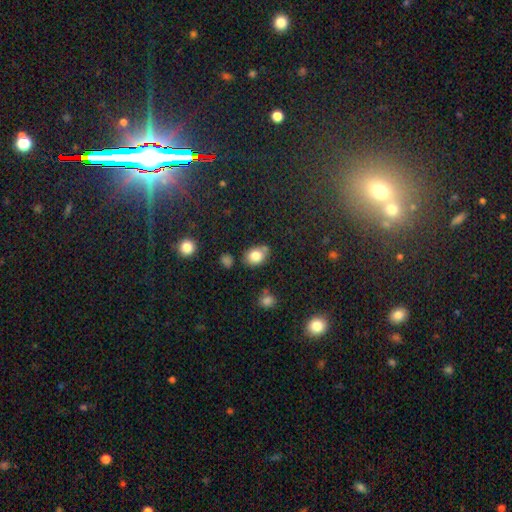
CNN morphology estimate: smooth 81%, star or artifact 10%, featured or disk 9%. Down the decision tree: how rounded — in between (63%); merging — none (70%).